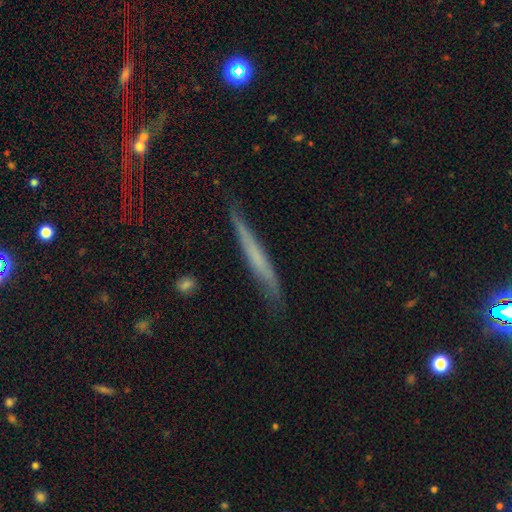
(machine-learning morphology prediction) featured or disk 47%, smooth 44%, star or artifact 8%. Down the decision tree: merging — none (77%).